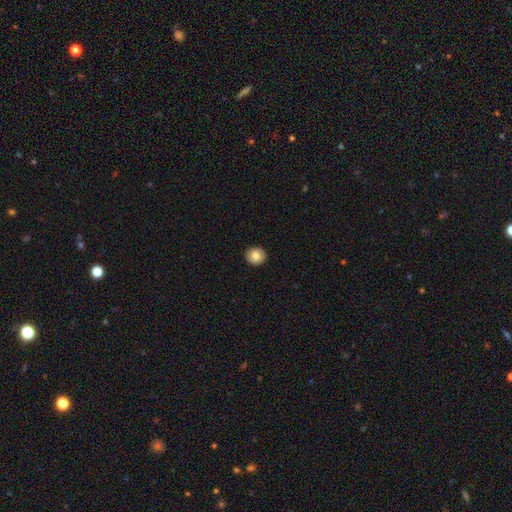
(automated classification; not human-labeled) Smooth or featured? smooth (82%)
How rounded? round (89%)
Merging? none (93%)